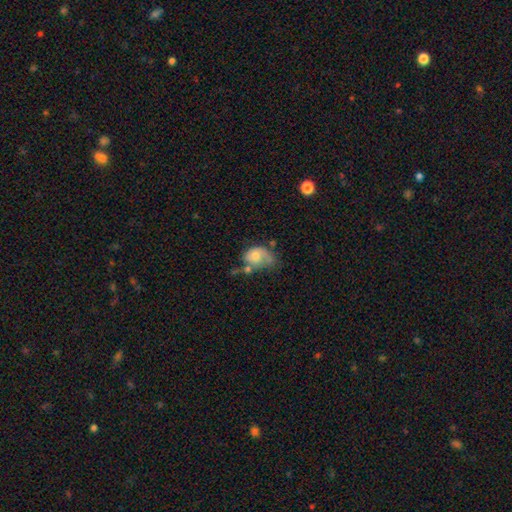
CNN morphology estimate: A smooth galaxy with no disk features (56%) that is in between round and cigar-shaped (69%).

Vote fractions:
- Smooth or featured? smooth: 56% / featured or disk: 36% / star or artifact: 8%
- How rounded? in between: 69% / round: 30% / cigar-shaped: 1%
- Merging? none: 28% (tied) / minor disturbance: 28% (tied) / major disturbance: 26% / merger: 19%